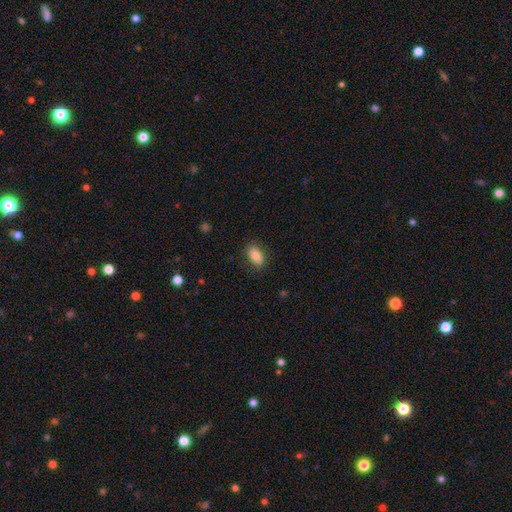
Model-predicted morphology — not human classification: Smooth or featured?
  - smooth: 83% *
  - featured or disk: 10%
  - star or artifact: 7%
How rounded?
  - in between: 91% *
  - round: 6%
  - cigar-shaped: 3%
Merging?
  - none: 83% *
  - minor disturbance: 13%
  - major disturbance: 3%
  - merger: 1%